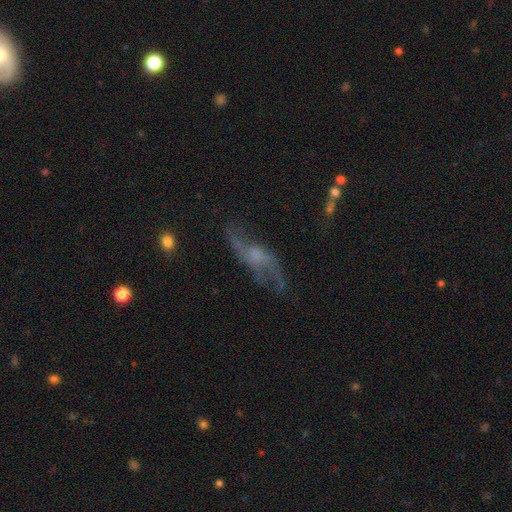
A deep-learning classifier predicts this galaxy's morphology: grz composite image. It shows a featured or disk galaxy (72%) with no bar (67%), spiral arms (78%) and a small central bulge (35%). Merging: none (56%).